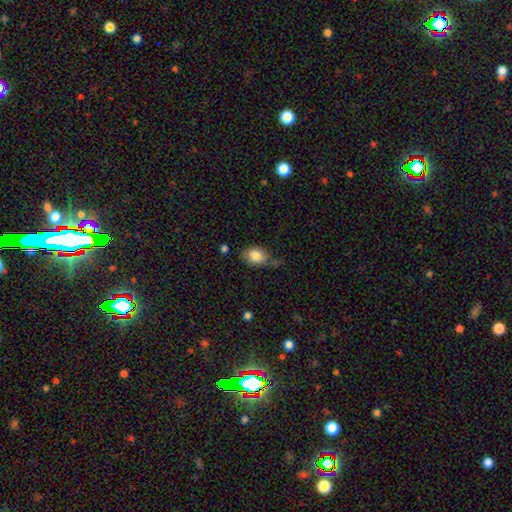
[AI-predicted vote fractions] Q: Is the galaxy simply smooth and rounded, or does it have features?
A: smooth — 84%.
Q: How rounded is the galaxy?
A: in between — 69%.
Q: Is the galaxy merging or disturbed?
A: none — 55%.